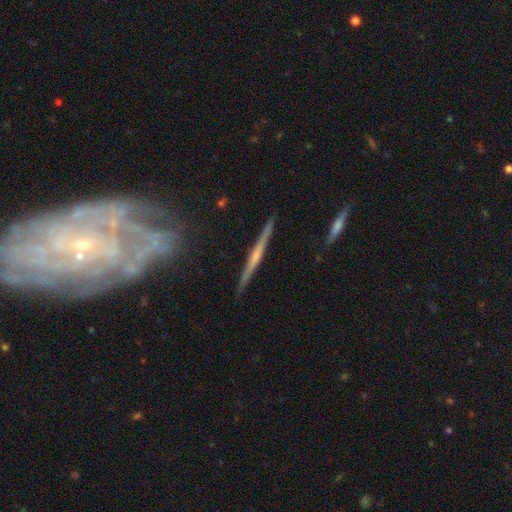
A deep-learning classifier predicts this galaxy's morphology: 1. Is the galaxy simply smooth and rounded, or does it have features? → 71% featured or disk, 22% smooth, 6% star or artifact.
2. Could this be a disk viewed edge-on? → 98% yes, 2% no.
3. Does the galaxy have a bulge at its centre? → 47% rounded, 43% none, 10% boxy.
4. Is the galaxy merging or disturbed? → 89% none, 8% minor disturbance, 2% major disturbance, 1% merger.